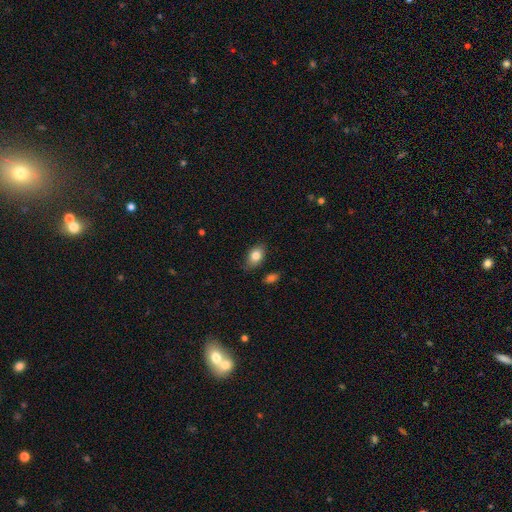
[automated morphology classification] The model was most divided on "merging": none: 77%, minor disturbance: 18%, major disturbance: 3%, merger: 2%. More confident: how rounded — in between (83%); smooth or featured — smooth (82%).